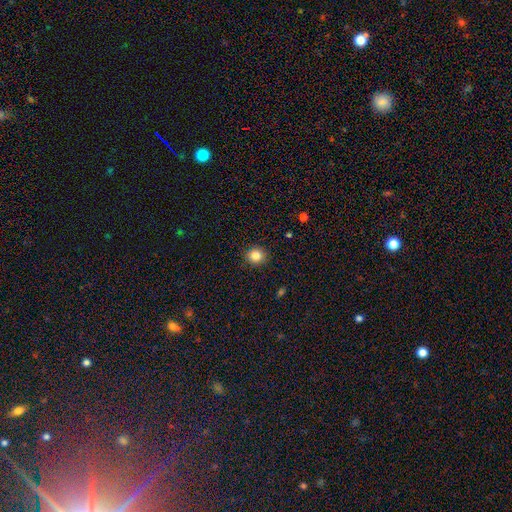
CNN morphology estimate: Smooth or featured? Predicted: smooth (p=0.84). How rounded? Predicted: round (p=0.89). Merging? Predicted: none (p=0.92).